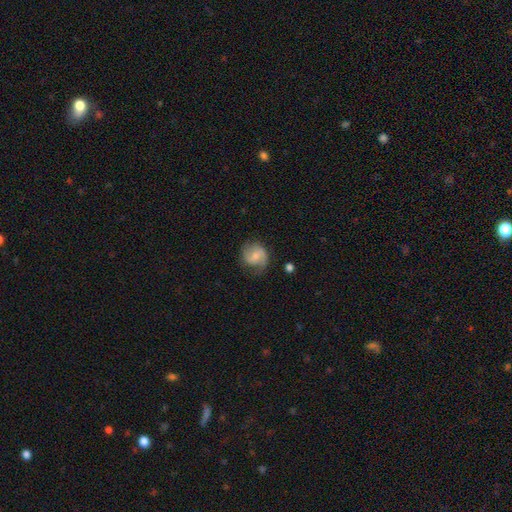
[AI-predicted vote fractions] This is possibly a featured or disk galaxy (53%). It is clearly not viewed edge-on (98%). Bar: possibly weak (46%). Spiral arm pattern: clearly yes (87%). Central bulge: possibly small (50%). Merging: likely none (65%).